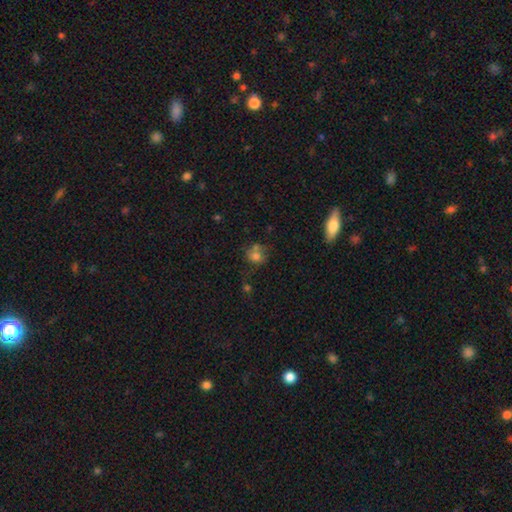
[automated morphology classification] A smooth galaxy with no disk features (71%) that is round (66%). Merging: none (44%).